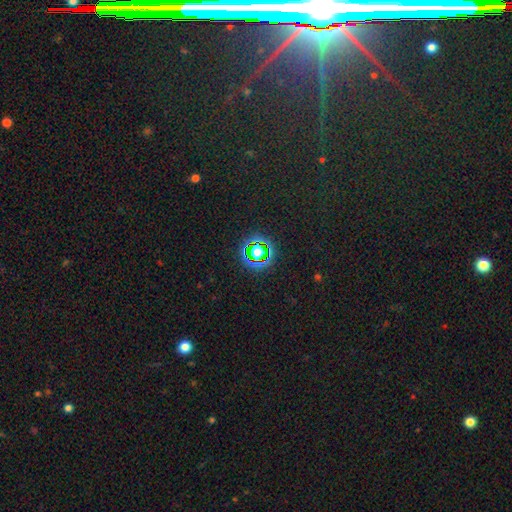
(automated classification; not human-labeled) Smooth or featured?
  - star or artifact: 69% *
  - smooth: 20%
  - featured or disk: 11%